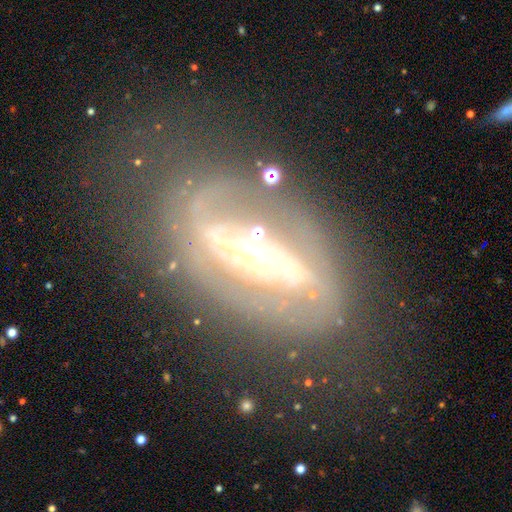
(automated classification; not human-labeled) smooth_or_featured: featured or disk (p=0.83) [alt: smooth p=0.10]
disk_edge_on: no (p=0.88) [alt: yes p=0.12]
bar: strong (p=0.59) [alt: weak p=0.23]
has_spiral_arms: yes (p=0.75) [alt: no p=0.25]
spiral_winding: tight (p=0.41) [alt: medium p=0.37]
spiral_arm_count: 2 (p=0.66) [alt: can't tell p=0.20]
bulge_size: small (p=0.54) [alt: moderate p=0.37]
merging: none (p=0.60) [alt: minor disturbance p=0.19]